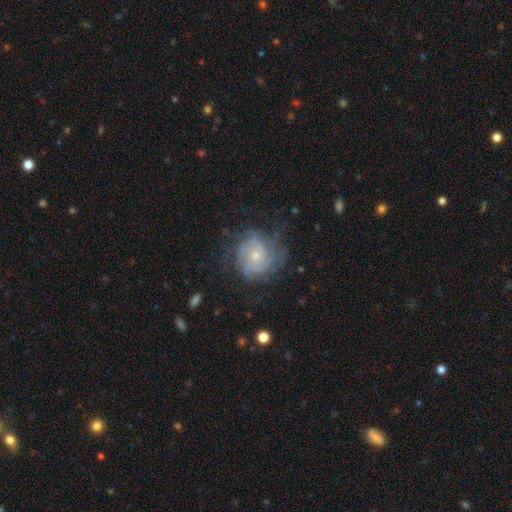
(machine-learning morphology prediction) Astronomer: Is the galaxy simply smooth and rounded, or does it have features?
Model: featured or disk — 77%.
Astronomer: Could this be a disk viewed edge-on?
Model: no — 98%.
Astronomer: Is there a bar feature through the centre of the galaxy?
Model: no — 77%.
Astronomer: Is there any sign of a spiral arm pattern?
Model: yes — 92%.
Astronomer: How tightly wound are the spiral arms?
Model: tight — 61%.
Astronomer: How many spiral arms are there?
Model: can't tell — 39% (runner-up: 2, 19%).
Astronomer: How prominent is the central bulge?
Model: small — 64%.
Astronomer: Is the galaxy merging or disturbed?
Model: none — 64%.